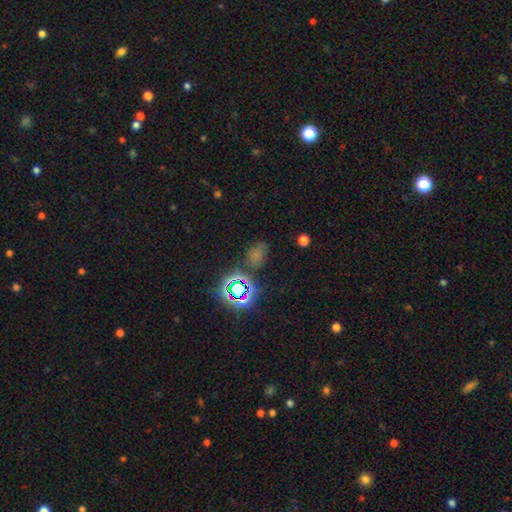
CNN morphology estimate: Q: Smooth or featured?
A: smooth (50%); runner-up: star or artifact (41%)
Q: Merging?
A: none (64%); runner-up: minor disturbance (20%)